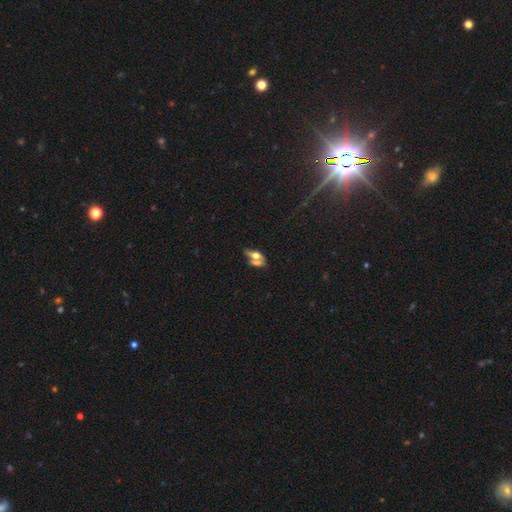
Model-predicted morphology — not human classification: smooth_or_featured: smooth (p=0.48) [alt: featured or disk p=0.39]
merging: merger (p=0.48) [alt: none p=0.33]